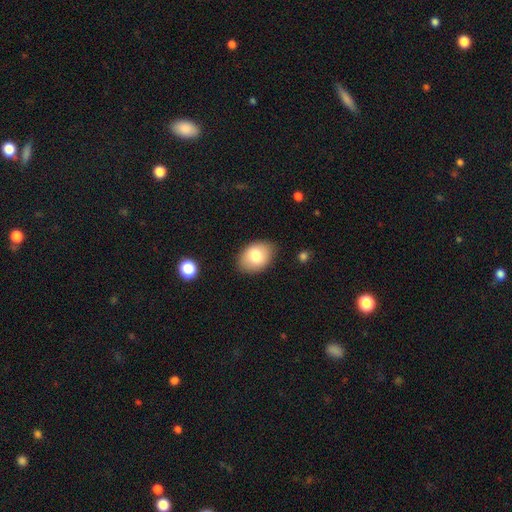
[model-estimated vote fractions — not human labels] Smooth or featured?
  - smooth: 78% *
  - featured or disk: 14%
  - star or artifact: 7%
How rounded?
  - in between: 83% *
  - round: 16%
  - cigar-shaped: 1%
Merging?
  - none: 83% *
  - minor disturbance: 13%
  - major disturbance: 3%
  - merger: 1%